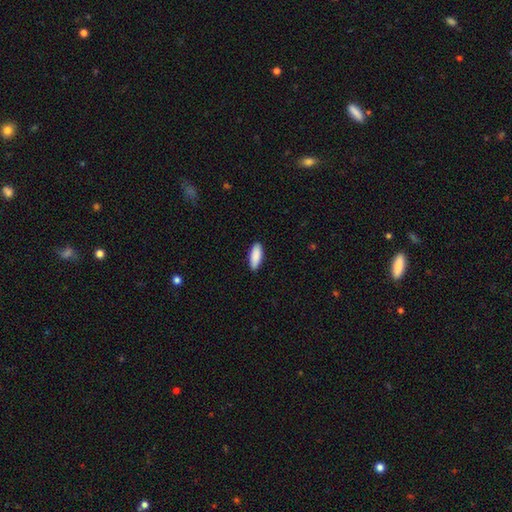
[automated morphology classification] This appears to be a smooth galaxy with no disk features (90%) that is in between round and cigar-shaped (71%). Merging: none (89%).